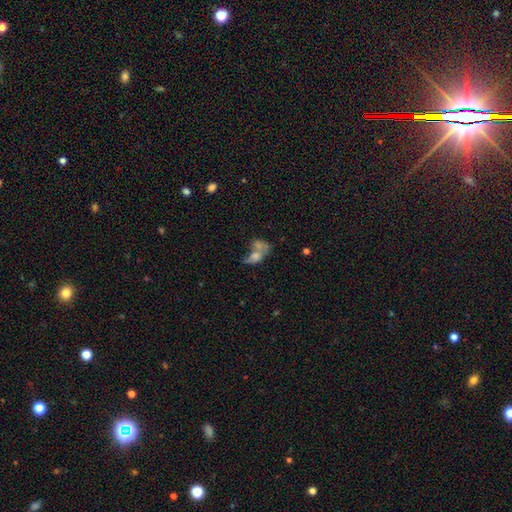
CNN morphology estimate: Overall: smooth (58%; featured or disk 31%). How rounded: in between (78%). Merging: merger (61%).